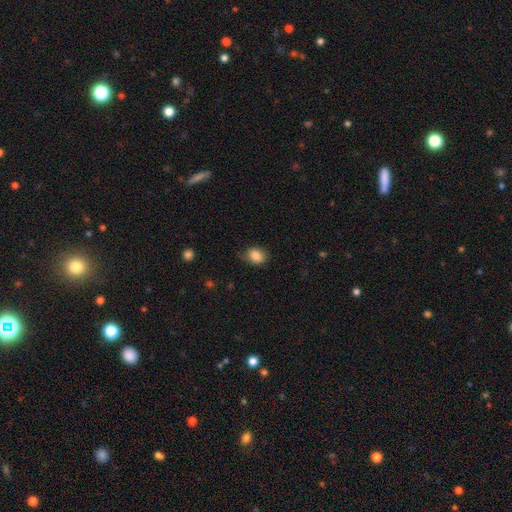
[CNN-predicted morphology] type=smooth (85%); roundness=in between (69%); merging=none (68%).